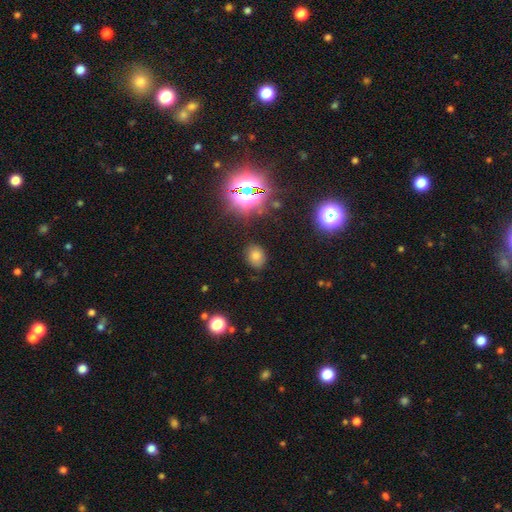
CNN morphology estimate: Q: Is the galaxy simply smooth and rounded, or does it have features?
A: smooth — 65%.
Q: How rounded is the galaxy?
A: round — 51%.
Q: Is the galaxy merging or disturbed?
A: none — 84%.